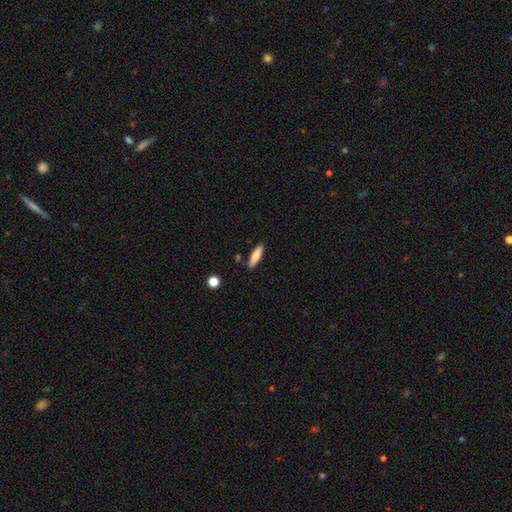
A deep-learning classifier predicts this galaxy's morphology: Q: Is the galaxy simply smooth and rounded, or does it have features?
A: smooth — 76%.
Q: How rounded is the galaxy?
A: cigar-shaped — 70%.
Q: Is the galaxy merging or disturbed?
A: none — 83%.